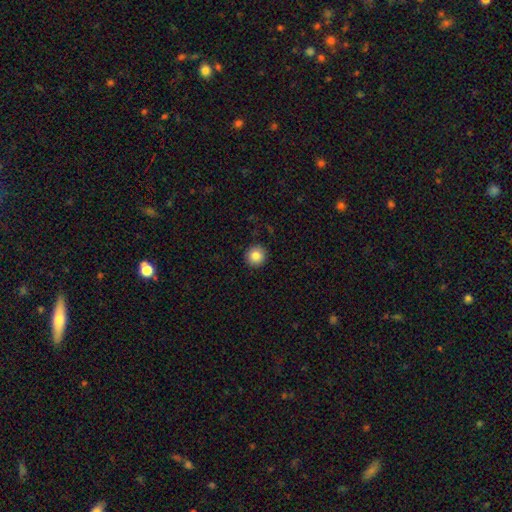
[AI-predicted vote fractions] Smooth or featured? Predicted: smooth (p=0.85). How rounded? Predicted: round (p=0.95). Merging? Predicted: none (p=0.92).